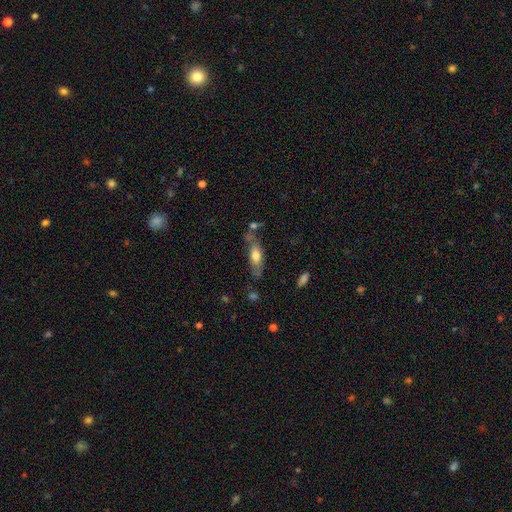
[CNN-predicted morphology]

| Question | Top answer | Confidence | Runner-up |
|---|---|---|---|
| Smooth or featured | smooth | 61% | featured or disk (32%) |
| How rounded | in between | 59% | cigar-shaped (39%) |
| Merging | none | 52% | minor disturbance (24%) |